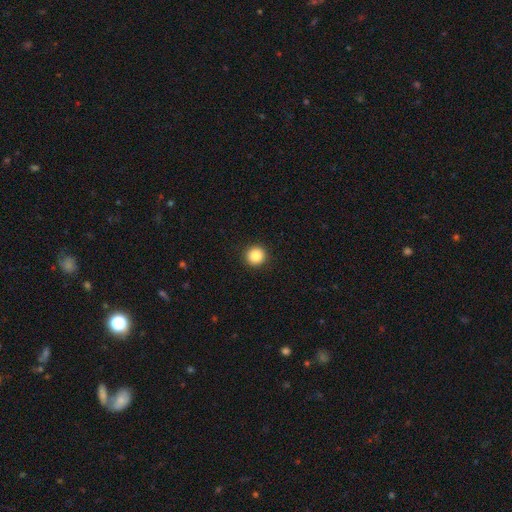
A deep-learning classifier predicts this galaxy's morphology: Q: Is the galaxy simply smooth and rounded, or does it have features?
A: smooth — 88%.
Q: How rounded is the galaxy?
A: round — 95%.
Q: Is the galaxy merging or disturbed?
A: none — 93%.